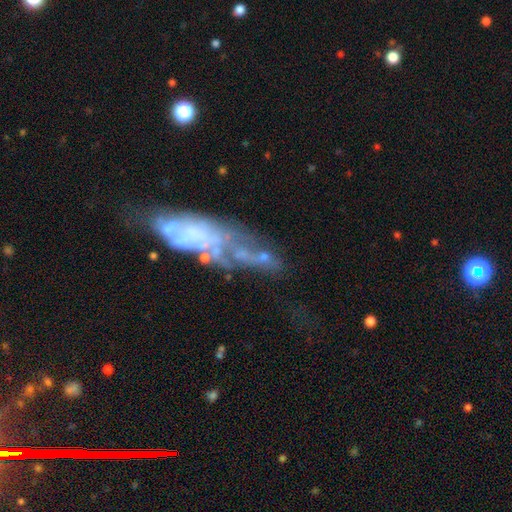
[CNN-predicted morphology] smooth_or_featured: featured or disk (p=0.62) [alt: smooth p=0.25]
disk_edge_on: no (p=0.80) [alt: yes p=0.20]
merging: none (p=0.31) [alt: major disturbance p=0.30]